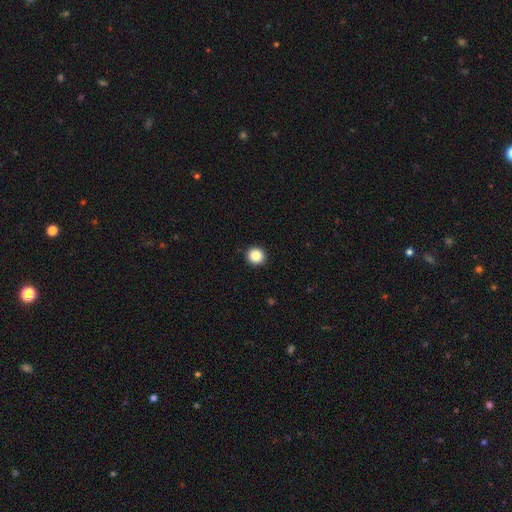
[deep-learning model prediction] This appears to be a smooth galaxy with no disk features (86%) that is round (94%). Merging: none (93%).